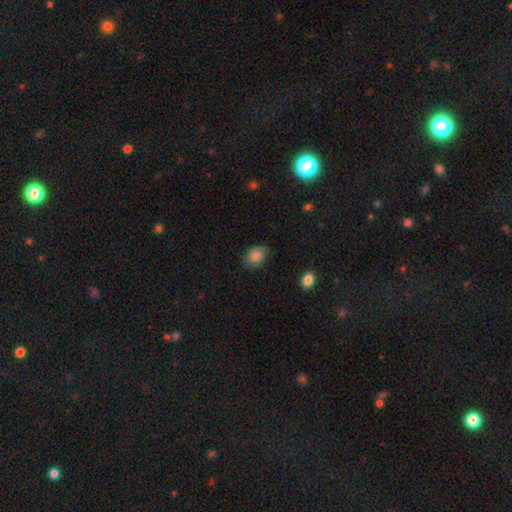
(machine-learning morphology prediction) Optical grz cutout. It shows a smooth galaxy with no disk features (84%) that is in between round and cigar-shaped (66%). Merging: none (78%).